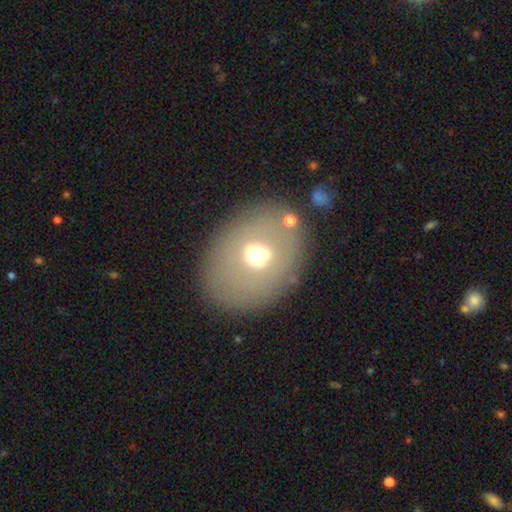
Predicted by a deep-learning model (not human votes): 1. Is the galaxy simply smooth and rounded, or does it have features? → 51% smooth, 34% featured or disk, 14% star or artifact.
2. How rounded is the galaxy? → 56% in between, 43% round, 1% cigar-shaped.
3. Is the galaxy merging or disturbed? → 73% none, 12% minor disturbance, 9% merger, 6% major disturbance.